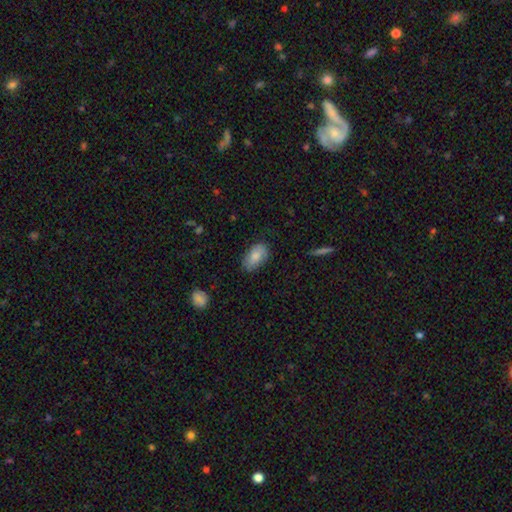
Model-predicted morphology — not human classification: This is clearly a smooth galaxy (82%). How rounded: clearly in between (93%). Merging: likely none (75%).